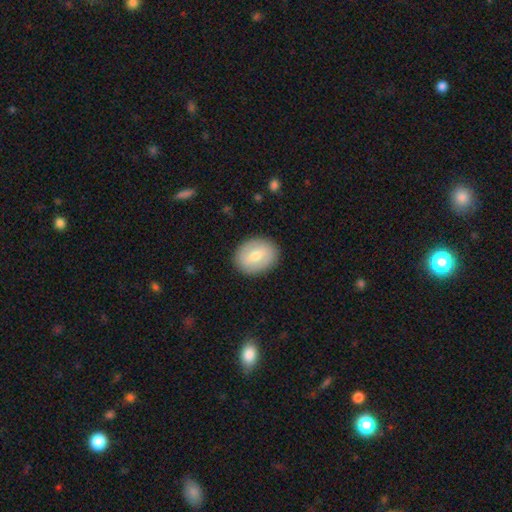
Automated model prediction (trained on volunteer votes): A smooth galaxy with no disk features (63%) that is in between round and cigar-shaped (56%). Merging: none (88%).